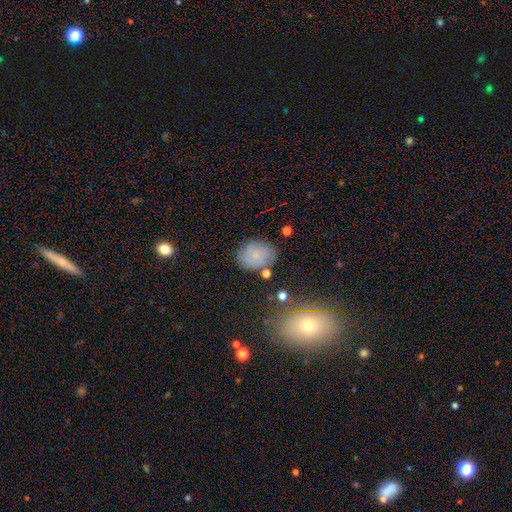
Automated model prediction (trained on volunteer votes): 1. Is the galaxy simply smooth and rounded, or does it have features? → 54% smooth, 34% featured or disk, 12% star or artifact.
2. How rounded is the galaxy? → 66% in between, 33% round, 1% cigar-shaped.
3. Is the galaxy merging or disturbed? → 72% none, 18% minor disturbance, 6% major disturbance, 4% merger.